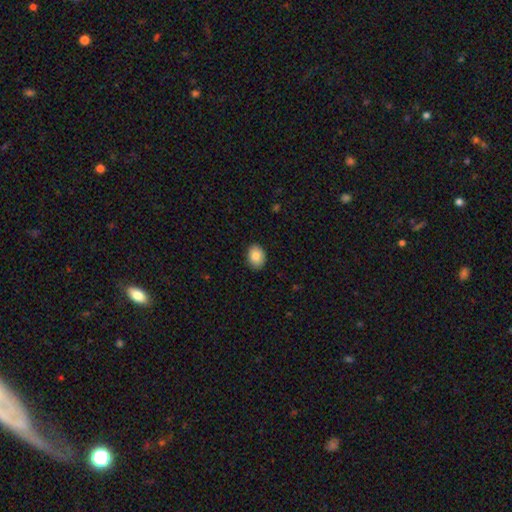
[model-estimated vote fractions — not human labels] This appears to be a smooth galaxy with no disk features (87%) that is in between round and cigar-shaped (70%). Merging: none (88%).